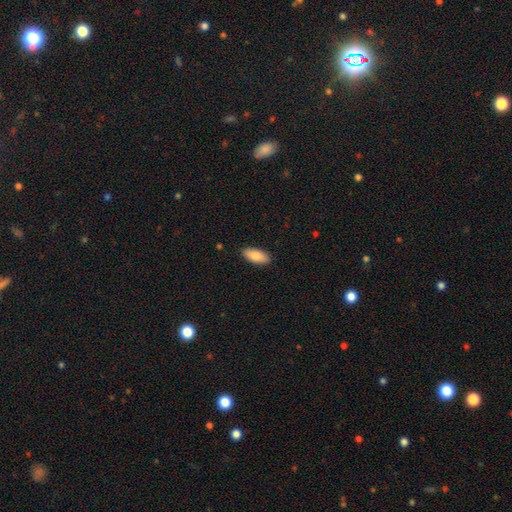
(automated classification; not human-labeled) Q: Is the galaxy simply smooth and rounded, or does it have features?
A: smooth — 84%.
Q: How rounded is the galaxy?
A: in between — 88%.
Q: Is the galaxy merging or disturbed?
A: none — 88%.